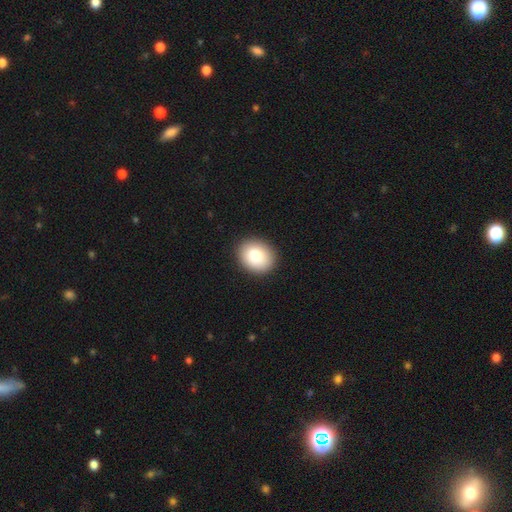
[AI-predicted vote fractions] A smooth galaxy with no disk features (85%) that is round (53%). Merging: none (90%).